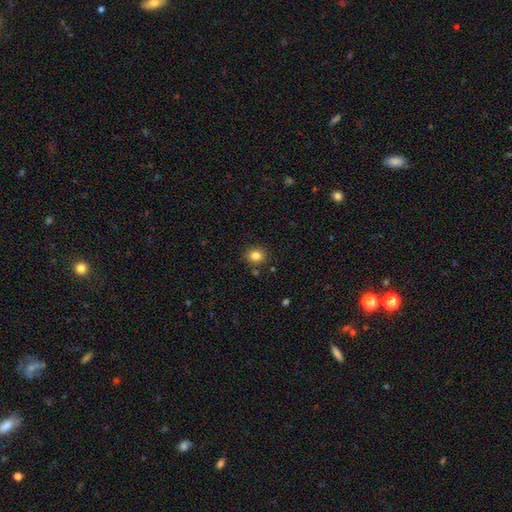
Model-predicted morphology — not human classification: smooth_or_featured: smooth (p=0.83) [alt: star or artifact p=0.12]
how_rounded: round (p=0.78) [alt: in between p=0.21]
merging: none (p=0.87) [alt: minor disturbance p=0.08]